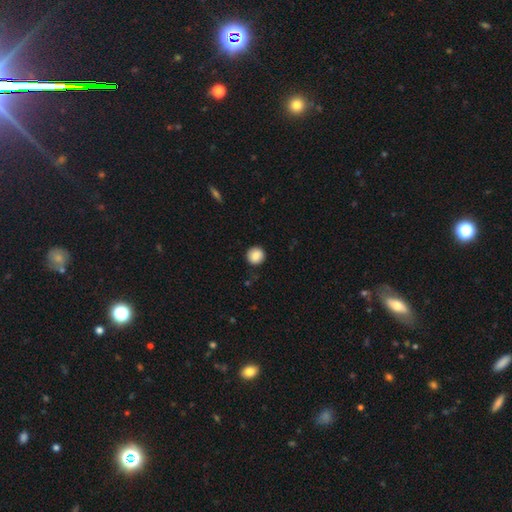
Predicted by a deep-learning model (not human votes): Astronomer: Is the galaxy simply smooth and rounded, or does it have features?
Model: smooth — 88%.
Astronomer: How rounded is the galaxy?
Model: round — 94%.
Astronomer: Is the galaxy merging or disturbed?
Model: none — 90%.